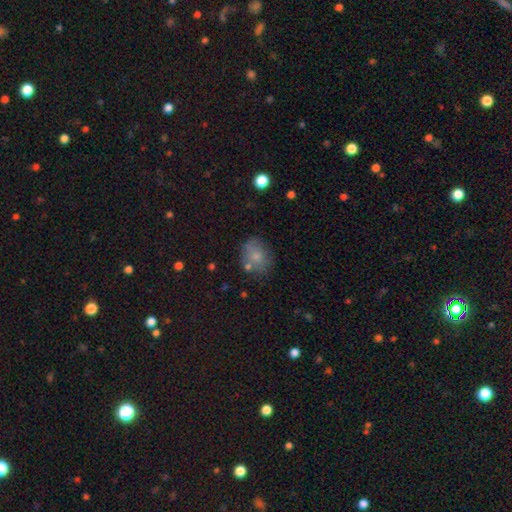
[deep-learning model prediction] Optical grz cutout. It shows a smooth galaxy with no disk features (74%) that is in between round and cigar-shaped (52%). Merging: none (61%).